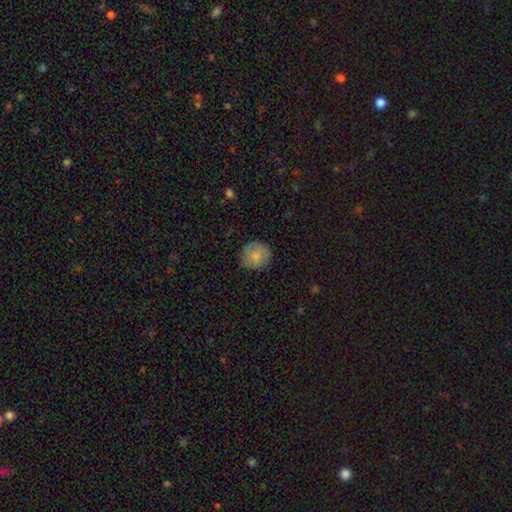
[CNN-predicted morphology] The model was most divided on "smooth or featured": smooth: 78%, featured or disk: 15%, star or artifact: 7%. More confident: how rounded — round (89%); merging — none (80%).